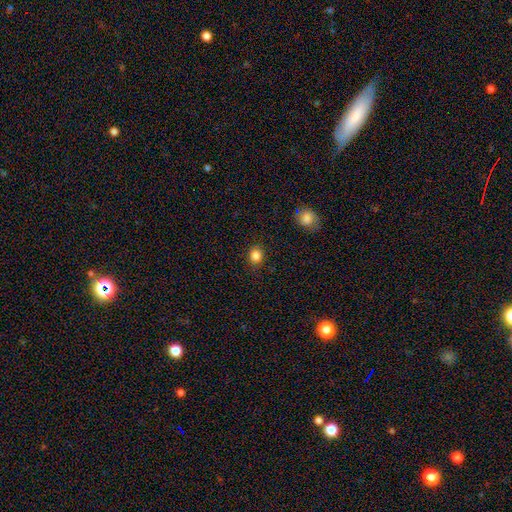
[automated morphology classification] The model was most divided on "how rounded": round: 75%, in between: 24%, cigar-shaped: 1%. More confident: merging — none (88%); smooth or featured — smooth (85%).